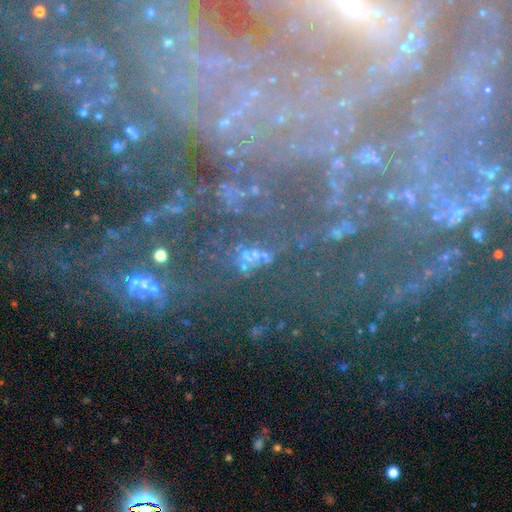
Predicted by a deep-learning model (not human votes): Morphology: type=star or artifact (55%).